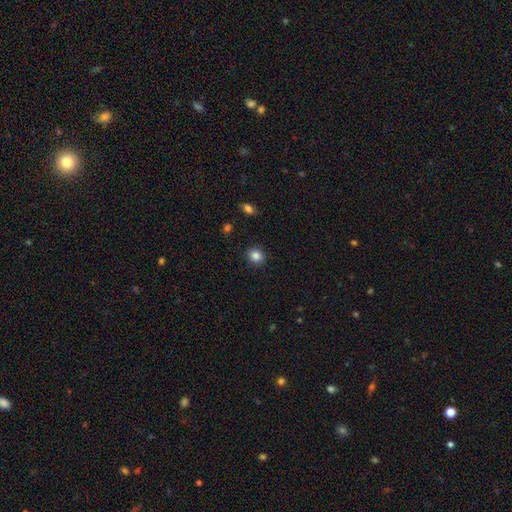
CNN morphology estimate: The model was most divided on "how rounded": round: 85%, in between: 14%, cigar-shaped: 1%. More confident: merging — none (91%); smooth or featured — smooth (85%).